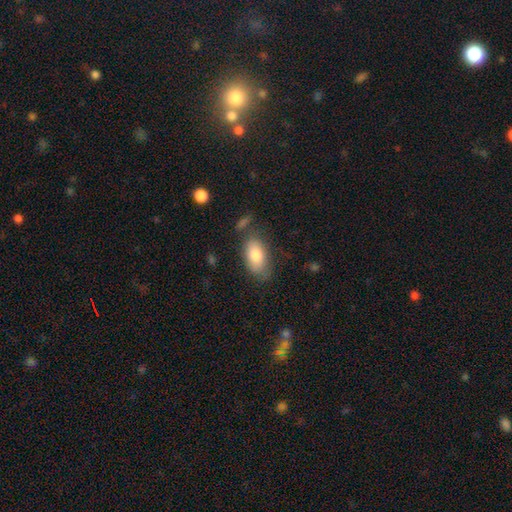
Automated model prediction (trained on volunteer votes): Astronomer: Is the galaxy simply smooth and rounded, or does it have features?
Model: smooth — 80%.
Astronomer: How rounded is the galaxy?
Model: in between — 92%.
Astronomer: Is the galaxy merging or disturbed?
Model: none — 67%.